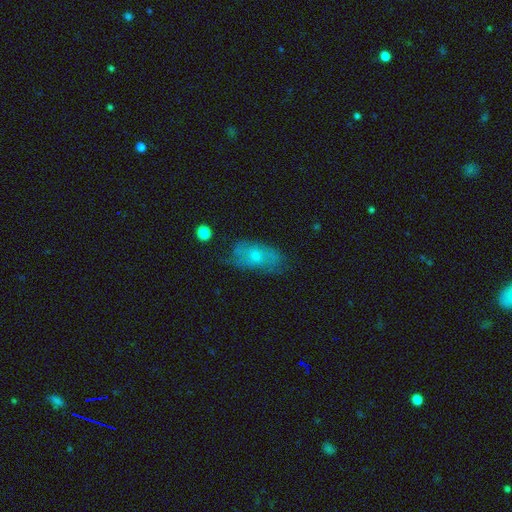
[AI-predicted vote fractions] The model was most divided on "smooth or featured": smooth: 48%, featured or disk: 43%, star or artifact: 10%. More confident: merging — none (57%).